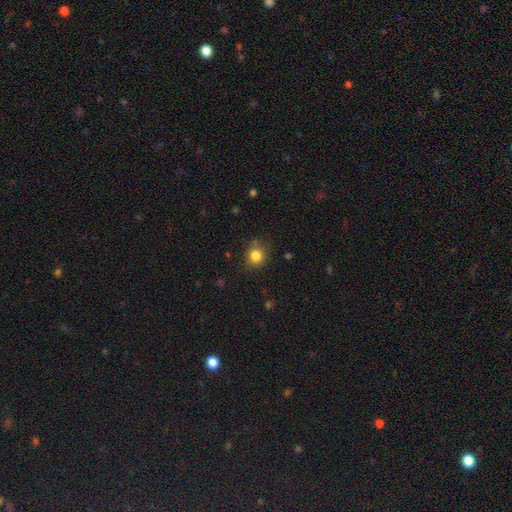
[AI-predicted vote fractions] A smooth galaxy with no disk features (83%) that is round (83%). Merging: none (78%).